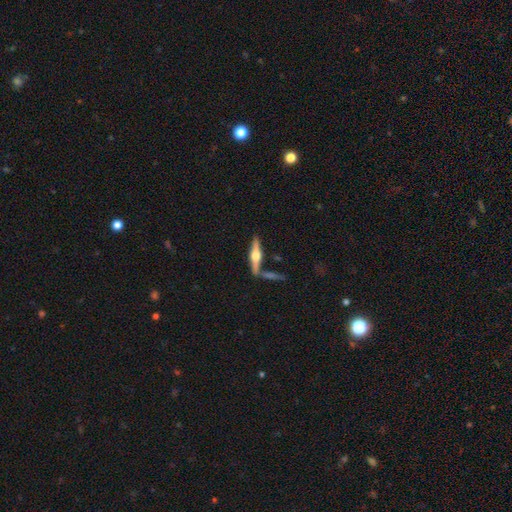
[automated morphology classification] This is likely a featured or disk galaxy (73%). It is clearly viewed edge-on (97%). Edge-on bulge: clearly rounded (95%). Merging: likely none (73%).